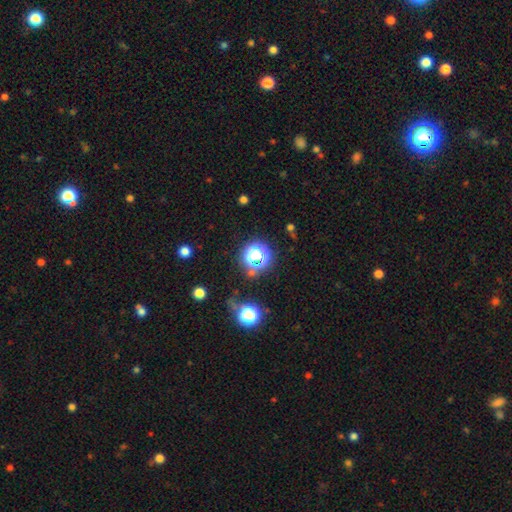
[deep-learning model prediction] This appears to be a star or artifact, not a galaxy (53%).